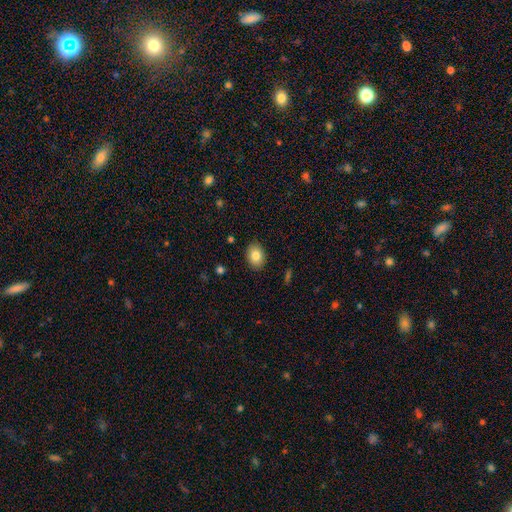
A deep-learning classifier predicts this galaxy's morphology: This appears to be a smooth galaxy with no disk features (83%) that is in between round and cigar-shaped (73%). Merging: none (88%).